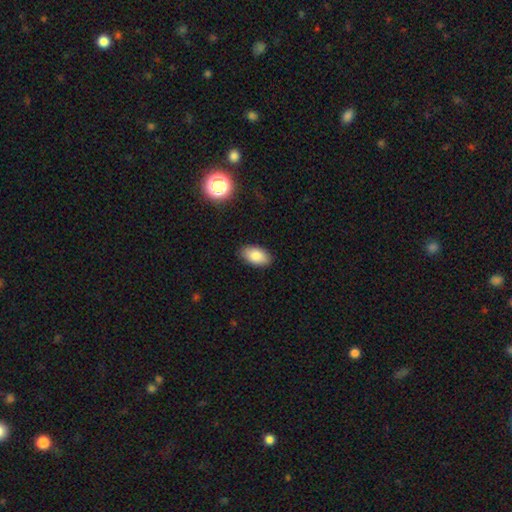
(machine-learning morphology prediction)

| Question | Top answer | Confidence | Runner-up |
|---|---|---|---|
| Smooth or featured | smooth | 85% | star or artifact (8%) |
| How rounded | in between | 93% | round (5%) |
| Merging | none | 87% | minor disturbance (10%) |